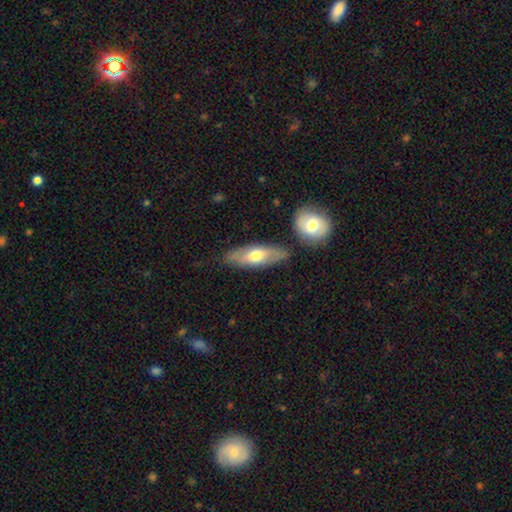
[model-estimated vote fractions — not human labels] This is possibly a smooth galaxy (55%). How rounded: likely in between (64%). Merging: likely none (77%).